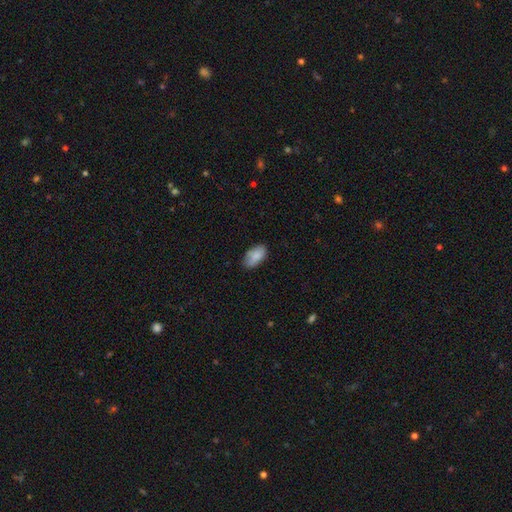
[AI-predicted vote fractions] A smooth galaxy with no disk features (84%) that is in between round and cigar-shaped (94%). Merging: none (74%).